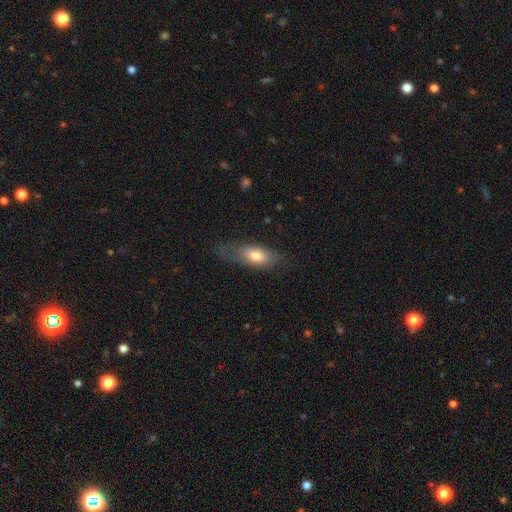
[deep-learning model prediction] A smooth galaxy with no disk features (71%) that is in between round and cigar-shaped (77%). Merging: none (62%).